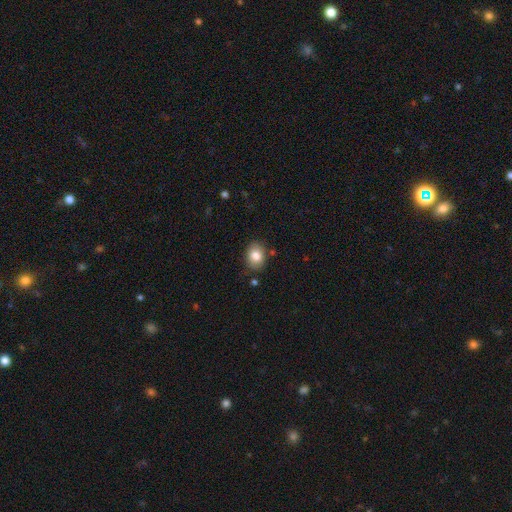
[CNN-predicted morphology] The model was most divided on "how rounded": in between: 60%, round: 39%, cigar-shaped: 1%. More confident: smooth or featured — smooth (83%); merging — none (80%).